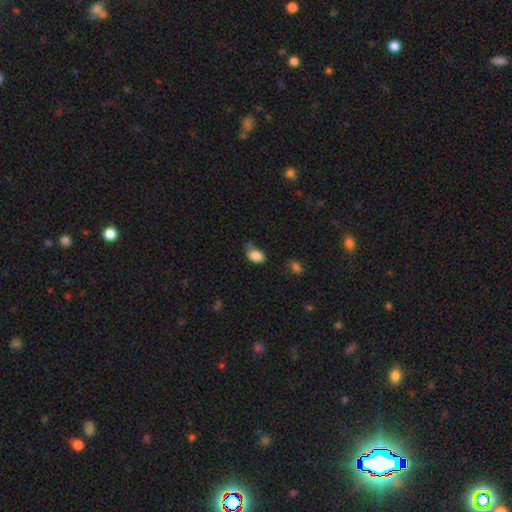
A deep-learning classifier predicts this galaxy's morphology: Smooth or featured?
  - smooth: 86% *
  - star or artifact: 9%
  - featured or disk: 5%
How rounded?
  - in between: 85% *
  - round: 14%
  - cigar-shaped: 1%
Merging?
  - none: 46% *
  - minor disturbance: 37%
  - major disturbance: 12%
  - merger: 5%